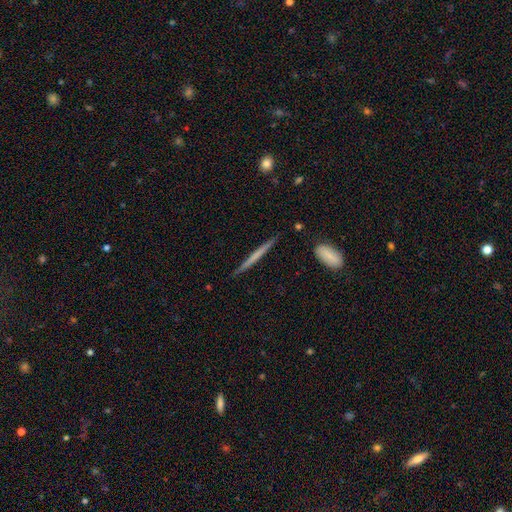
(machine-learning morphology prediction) smooth_or_featured: smooth (p=0.48) [alt: featured or disk p=0.47]
merging: none (p=0.89) [alt: minor disturbance p=0.08]